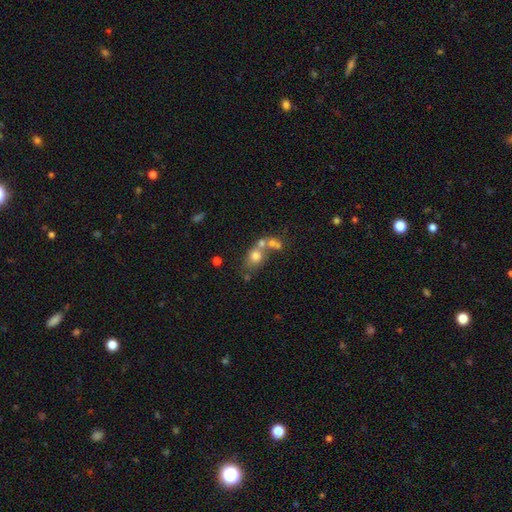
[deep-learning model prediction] smooth 66%, featured or disk 21%, star or artifact 14%. Down the decision tree: how rounded — round (57%); merging — merger (45%).